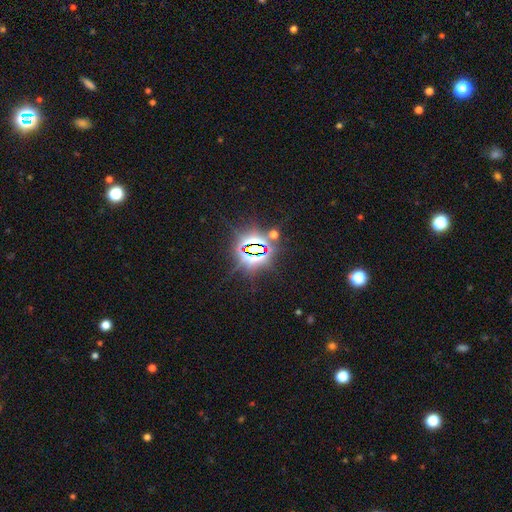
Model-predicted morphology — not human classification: Smooth or featured? Predicted: star or artifact (p=0.83).